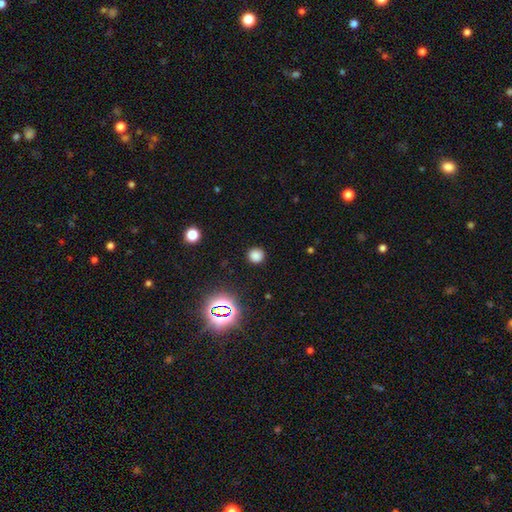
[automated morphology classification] Smooth or featured? smooth (76%)
How rounded? round (91%)
Merging? none (89%)